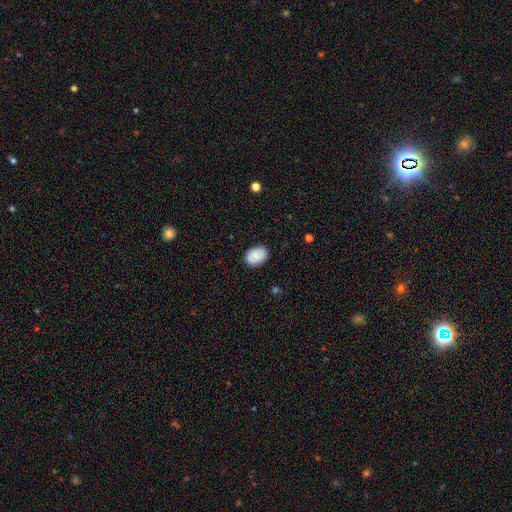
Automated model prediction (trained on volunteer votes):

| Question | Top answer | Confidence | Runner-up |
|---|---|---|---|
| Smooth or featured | smooth | 81% | featured or disk (11%) |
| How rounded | in between | 75% | round (24%) |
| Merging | none | 86% | minor disturbance (11%) |